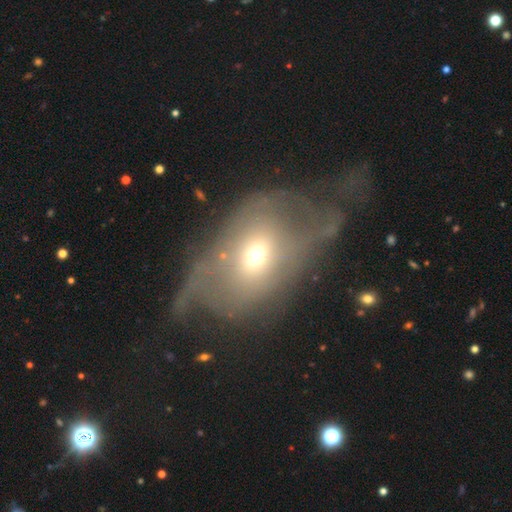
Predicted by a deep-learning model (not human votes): Smooth or featured? Predicted: featured or disk (p=0.51). Edge-on disk? Predicted: no (p=0.89). Merging? Predicted: major disturbance (p=0.54).